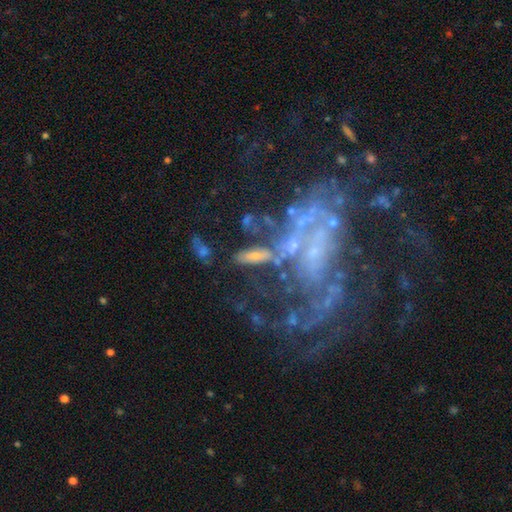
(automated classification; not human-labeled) Morphology: type=featured or disk (74%); edge-on=no (96%); bar=no (68%); spiral arms=yes (55%); bulge=none (43%); merging=major disturbance (39%).